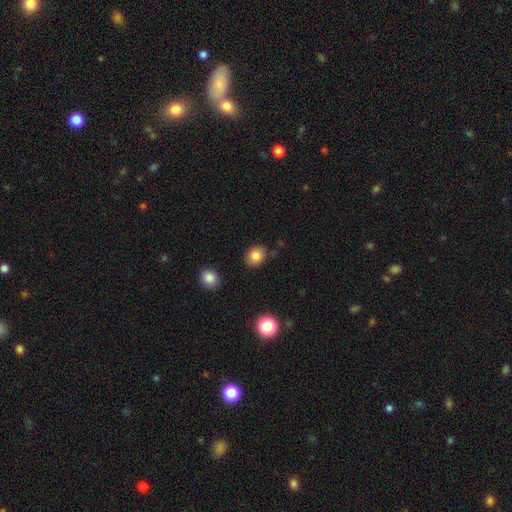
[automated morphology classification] Smooth or featured?
  - smooth: 84% *
  - star or artifact: 10%
  - featured or disk: 6%
How rounded?
  - round: 64% *
  - in between: 35%
  - cigar-shaped: 1%
Merging?
  - none: 83% *
  - minor disturbance: 11%
  - merger: 3%
  - major disturbance: 3%